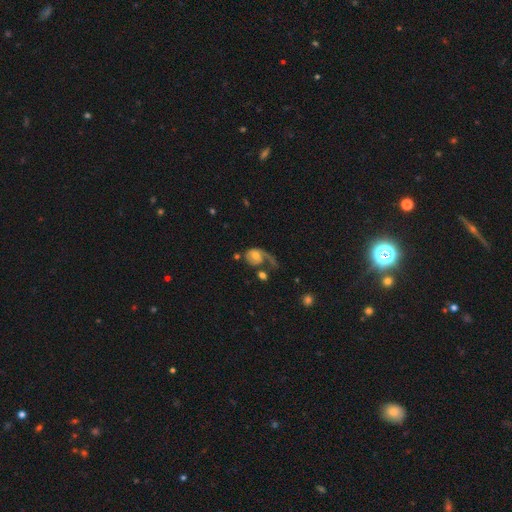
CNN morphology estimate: Smooth or featured? Predicted: featured or disk (p=0.62). Edge-on disk? Predicted: no (p=0.97). Bar? Predicted: no (p=0.78). Spiral arms? Predicted: yes (p=0.76). Bulge size? Predicted: moderate (p=0.59). Merging? Predicted: major disturbance (p=0.44).